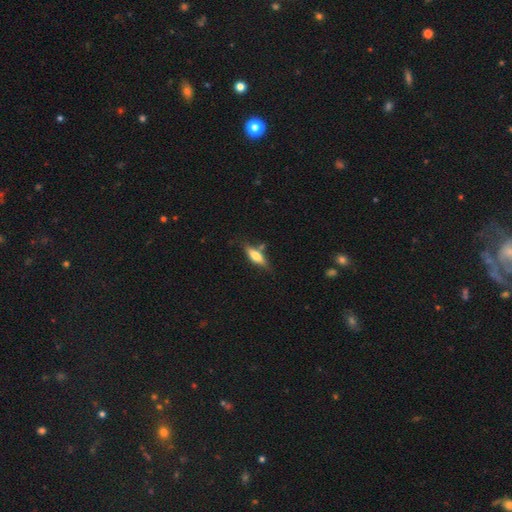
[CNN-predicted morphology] Smooth or featured? Predicted: smooth (p=0.51). How rounded? Predicted: cigar-shaped (p=0.55). Merging? Predicted: none (p=0.72).